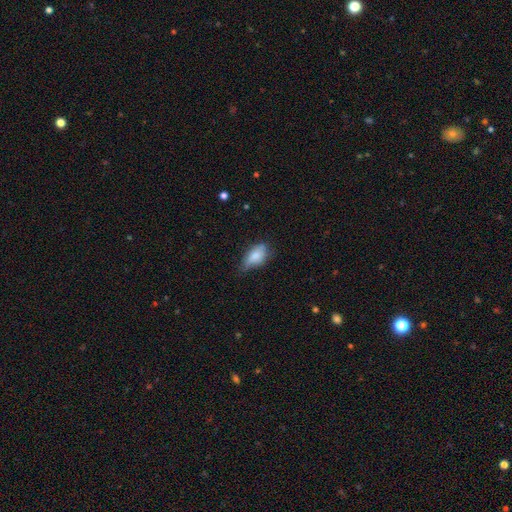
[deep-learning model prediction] smooth-or-featured: smooth: 78% | featured or disk: 15% | star or artifact: 7%
  how-rounded: in between: 90% | round: 5% | cigar-shaped: 5%
  merging: none: 44% | minor disturbance: 43% | major disturbance: 11% | merger: 2%